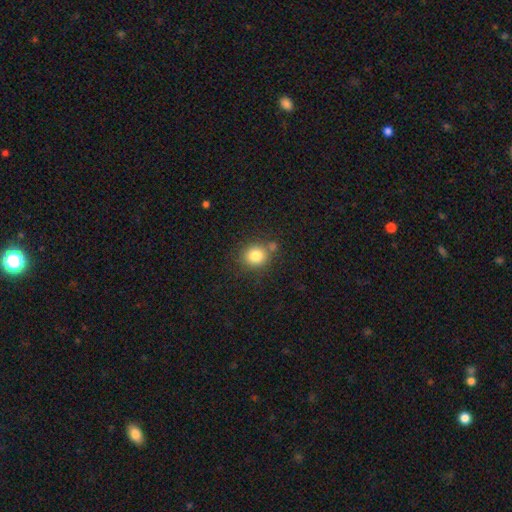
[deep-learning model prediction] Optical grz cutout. It shows a smooth galaxy with no disk features (82%) that is round (80%). Merging: none (71%).